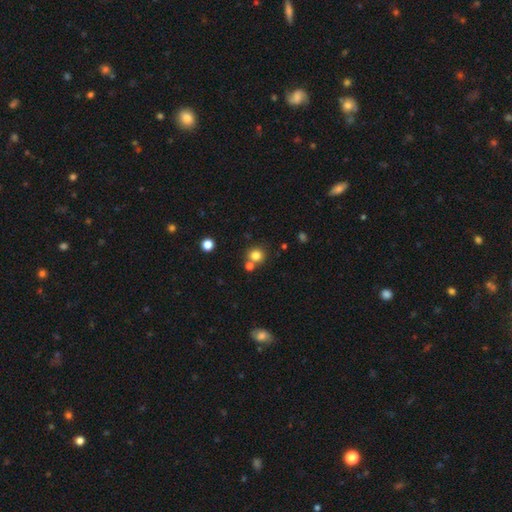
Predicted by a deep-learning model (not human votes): smooth_or_featured: smooth (p=0.80) [alt: star or artifact p=0.13]
how_rounded: round (p=0.90) [alt: in between p=0.09]
merging: none (p=0.66) [alt: merger p=0.24]